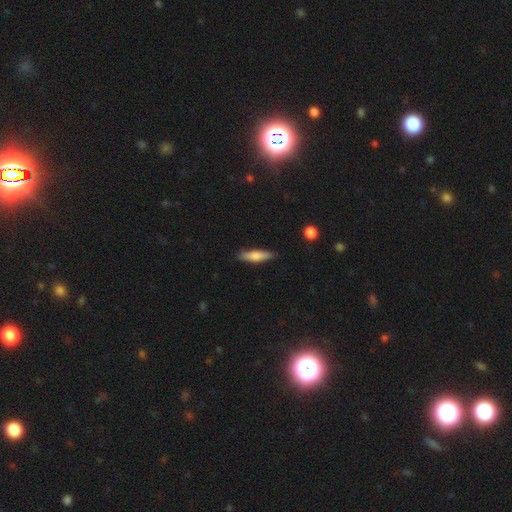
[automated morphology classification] A smooth galaxy with no disk features (70%) that is cigar-shaped (73%). Merging: none (84%).